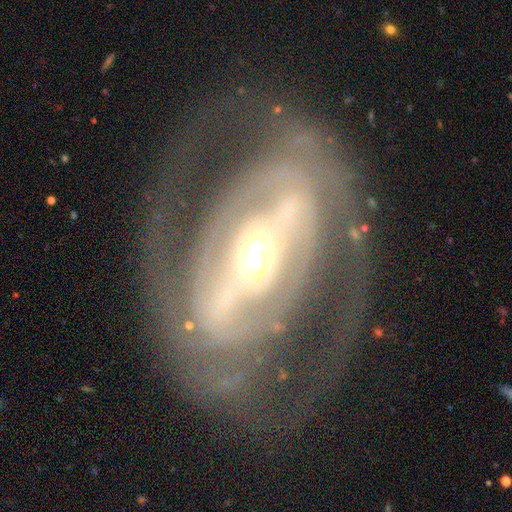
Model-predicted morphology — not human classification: The model was most divided on "spiral winding": tight: 50%, medium: 34%, loose: 15%. More confident: edge-on disk — no (93%); smooth or featured — featured or disk (86%); spiral arms — yes (74%); merging — none (71%); spiral arm count — 2 (65%); bar — strong (63%); bulge size — moderate (60%).